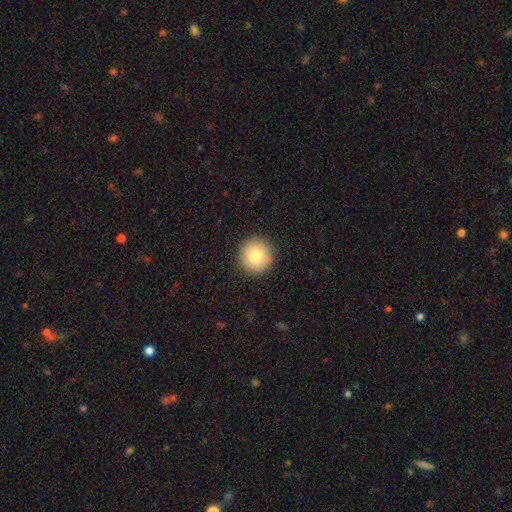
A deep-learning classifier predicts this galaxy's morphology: Overall: smooth (80%). How rounded: round (96%). Merging: none (92%).